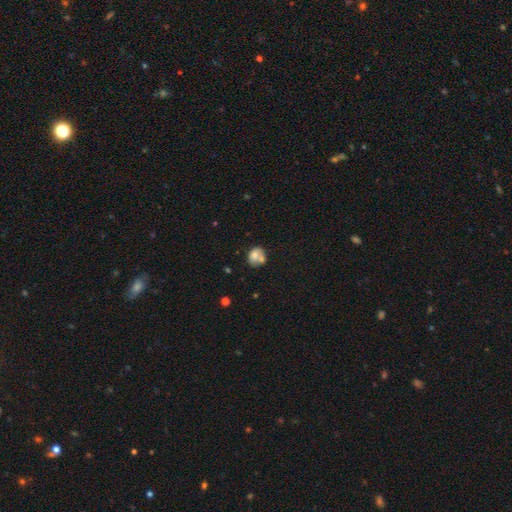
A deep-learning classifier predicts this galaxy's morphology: Q: Smooth or featured?
A: smooth (68%); runner-up: featured or disk (23%)
Q: How rounded?
A: round (60%); runner-up: in between (39%)
Q: Merging?
A: none (40%); runner-up: merger (37%)